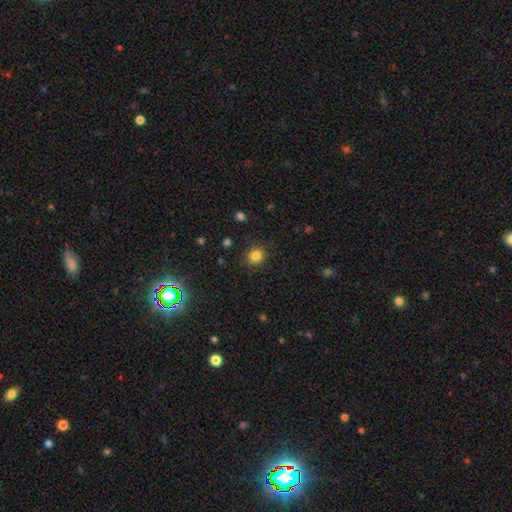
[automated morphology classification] Smooth or featured? Predicted: smooth (p=0.83). How rounded? Predicted: round (p=0.83). Merging? Predicted: none (p=0.88).